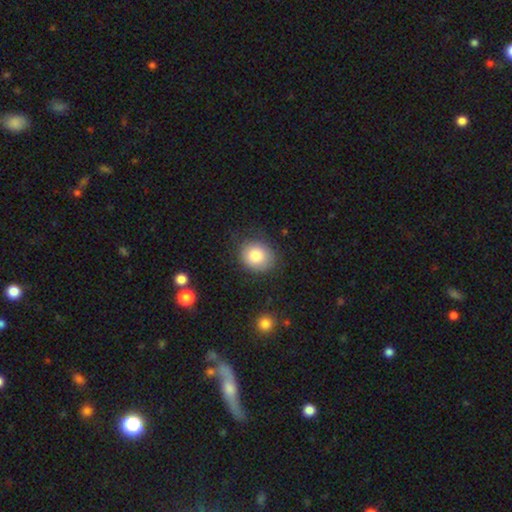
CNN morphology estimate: The model was most divided on "how rounded": round: 71%, in between: 28%, cigar-shaped: 1%. More confident: smooth or featured — smooth (83%); merging — none (80%).